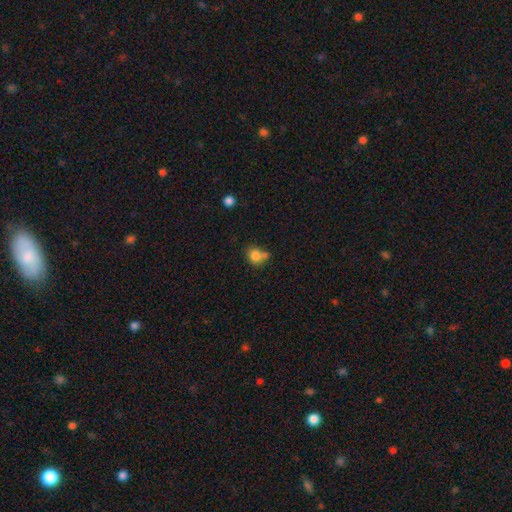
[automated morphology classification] A smooth galaxy with no disk features (81%) that is round (67%).

Vote fractions:
- Smooth or featured? smooth: 81% / star or artifact: 11% / featured or disk: 8%
- How rounded? round: 67% / in between: 32% / cigar-shaped: 1%
- Merging? none: 48% / merger: 23% / minor disturbance: 22% / major disturbance: 7%